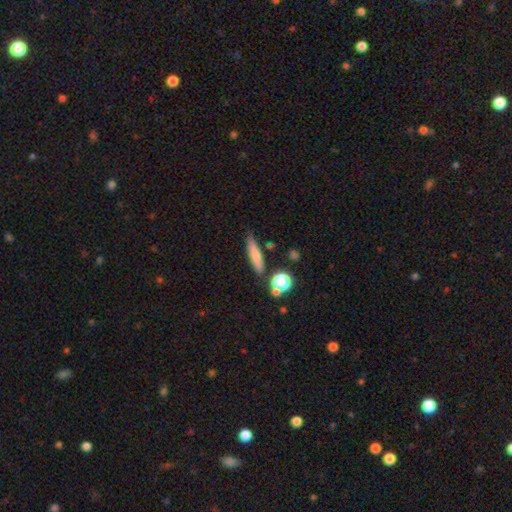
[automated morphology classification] This is likely a smooth galaxy (71%). How rounded: likely cigar-shaped (74%). Merging: likely none (78%).